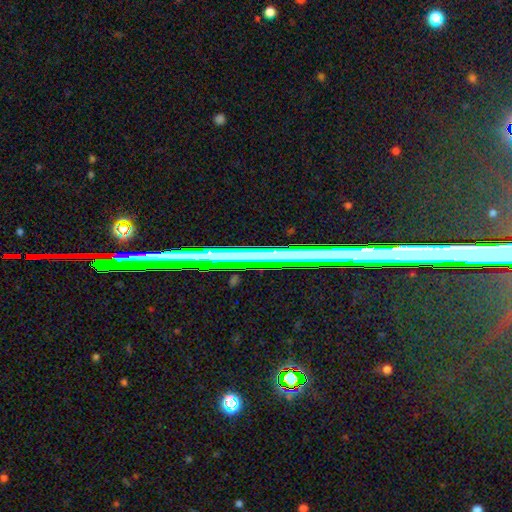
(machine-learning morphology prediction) Overall: star or artifact (60%; featured or disk 29%).